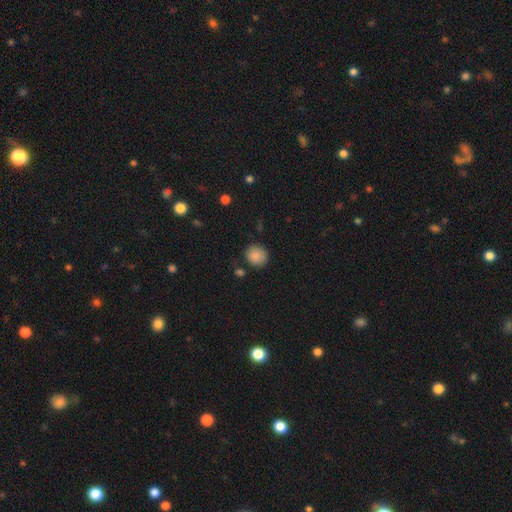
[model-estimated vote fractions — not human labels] Smooth or featured?
  - smooth: 87% *
  - star or artifact: 9%
  - featured or disk: 4%
How rounded?
  - round: 82% *
  - in between: 17%
  - cigar-shaped: 1%
Merging?
  - none: 80% *
  - minor disturbance: 13%
  - major disturbance: 3%
  - merger: 3%